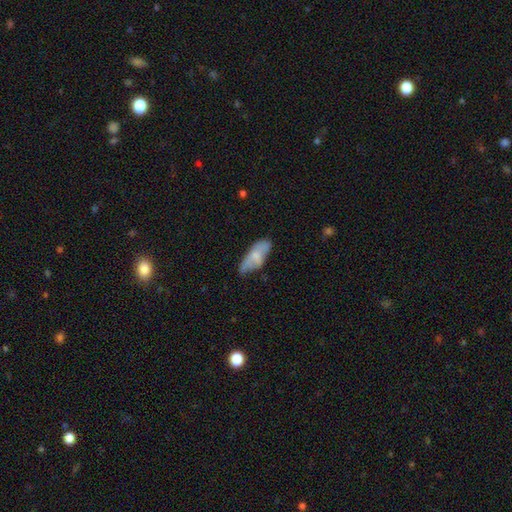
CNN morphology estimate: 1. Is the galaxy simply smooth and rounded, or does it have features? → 67% smooth, 26% featured or disk, 7% star or artifact.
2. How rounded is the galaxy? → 80% in between, 17% cigar-shaped, 2% round.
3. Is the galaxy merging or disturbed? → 48% none, 37% minor disturbance, 12% major disturbance, 3% merger.